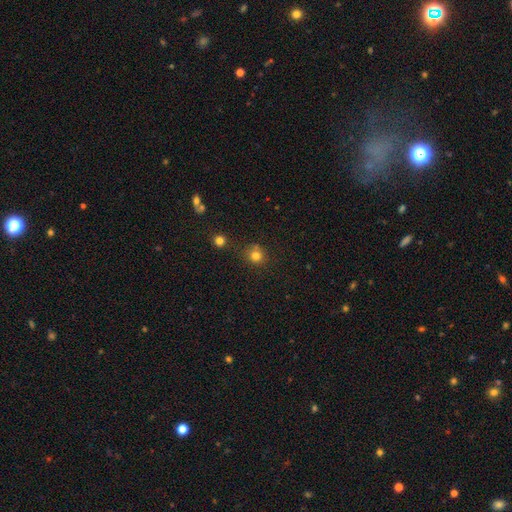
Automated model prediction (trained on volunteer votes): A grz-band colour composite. It shows a smooth galaxy with no disk features (80%) that is round (86%). Merging: none (74%).